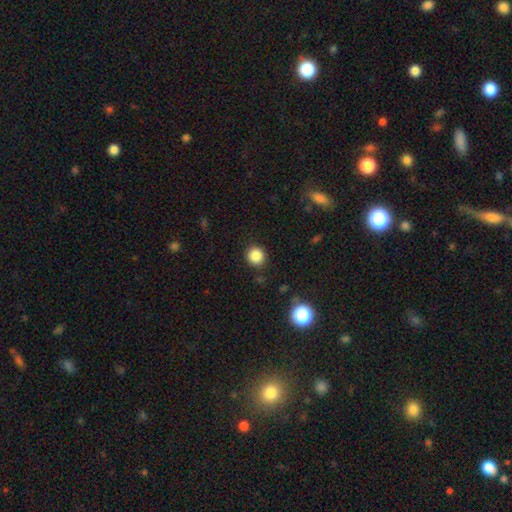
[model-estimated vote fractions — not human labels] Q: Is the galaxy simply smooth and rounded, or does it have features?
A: smooth — 86%.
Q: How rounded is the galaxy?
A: round — 92%.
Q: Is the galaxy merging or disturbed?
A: none — 90%.